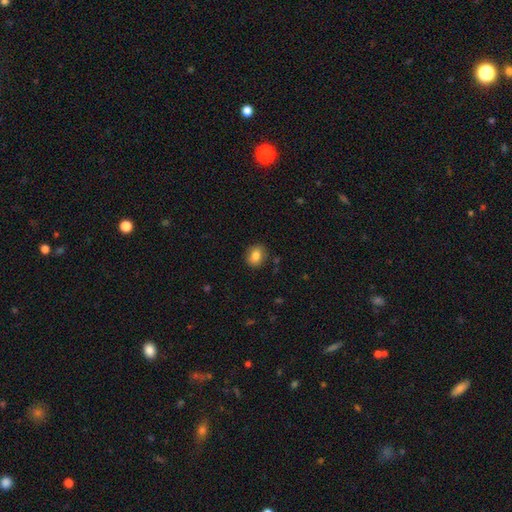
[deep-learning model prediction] Overall: smooth (82%). How rounded: round (57%; in between 42%). Merging: none (85%).